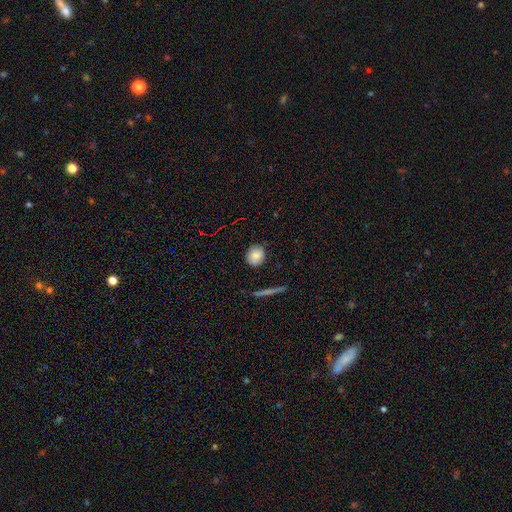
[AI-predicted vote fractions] Overall: smooth (83%). How rounded: round (79%). Merging: none (83%).